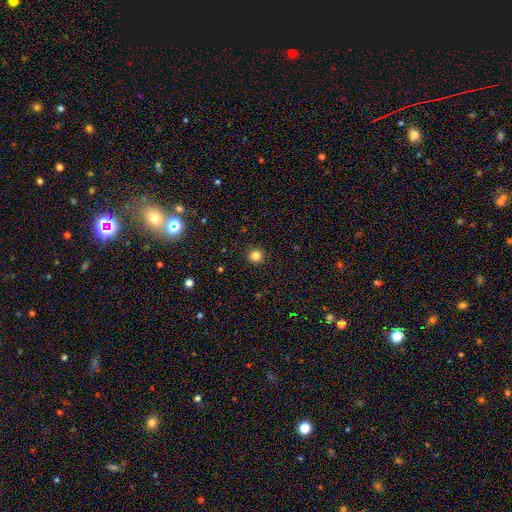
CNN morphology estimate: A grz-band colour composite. It shows a smooth galaxy with no disk features (82%) that is round (95%). Merging: none (92%).